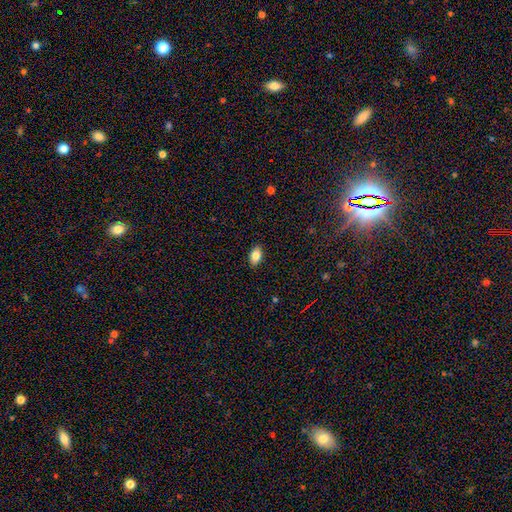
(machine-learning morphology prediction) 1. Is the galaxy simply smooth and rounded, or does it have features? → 85% smooth, 8% star or artifact, 7% featured or disk.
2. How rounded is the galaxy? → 92% in between, 6% round, 2% cigar-shaped.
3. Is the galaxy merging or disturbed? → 89% none, 8% minor disturbance, 2% major disturbance, 1% merger.